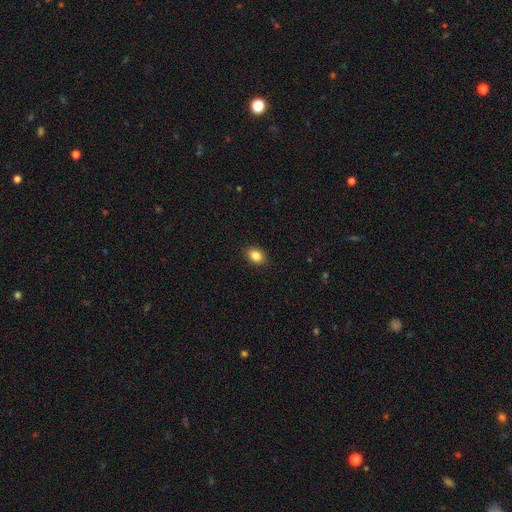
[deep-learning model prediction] smooth_or_featured: smooth (p=0.86) [alt: star or artifact p=0.09]
how_rounded: in between (p=0.67) [alt: round p=0.32]
merging: none (p=0.90) [alt: minor disturbance p=0.07]